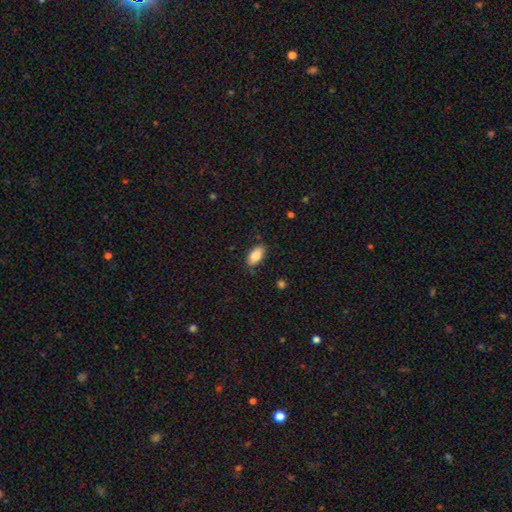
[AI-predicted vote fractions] This appears to be a smooth galaxy with no disk features (87%) that is in between round and cigar-shaped (92%). Merging: none (80%).